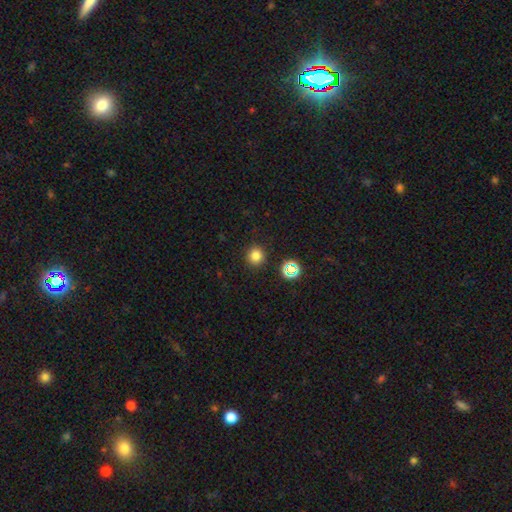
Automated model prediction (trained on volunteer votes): This is likely a smooth galaxy (79%). How rounded: clearly round (91%). Merging: clearly none (90%).